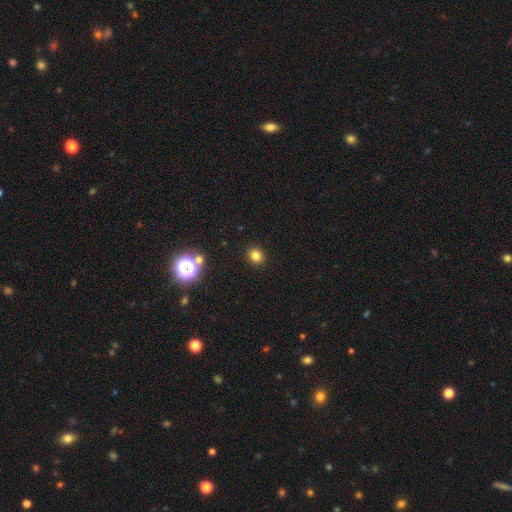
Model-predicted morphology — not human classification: smooth-or-featured: smooth: 80% | star or artifact: 15% | featured or disk: 5%
  how-rounded: round: 84% | in between: 15% | cigar-shaped: 1%
  merging: none: 91% | minor disturbance: 5% | major disturbance: 2% | merger: 2%